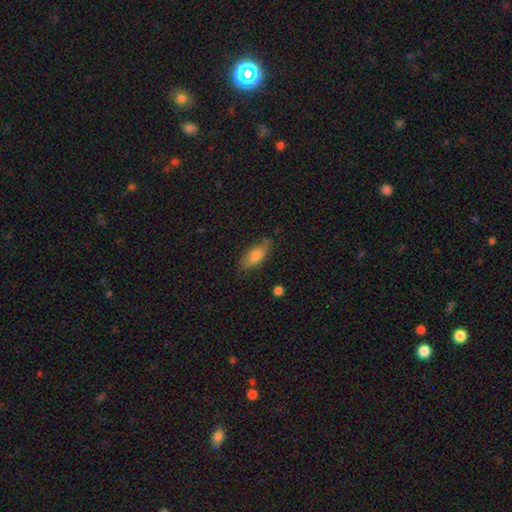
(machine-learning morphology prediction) smooth 75%, featured or disk 18%, star or artifact 7%. Down the decision tree: how rounded — in between (72%); merging — none (79%).